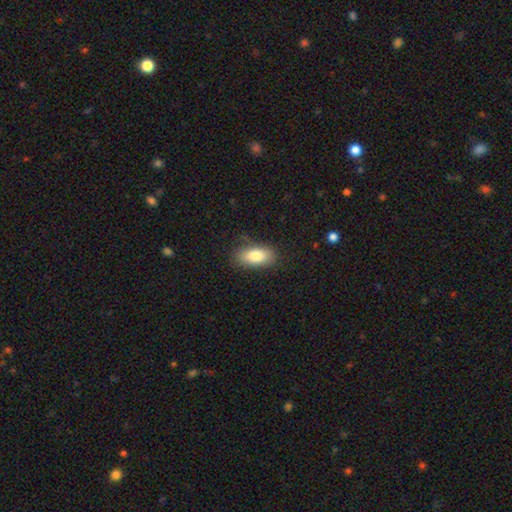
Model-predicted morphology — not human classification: A smooth galaxy with no disk features (81%) that is in between round and cigar-shaped (91%).

Vote fractions:
- Smooth or featured? smooth: 81% / featured or disk: 11% / star or artifact: 7%
- How rounded? in between: 91% / cigar-shaped: 5% / round: 4%
- Merging? none: 79% / minor disturbance: 15% / major disturbance: 4% / merger: 1%